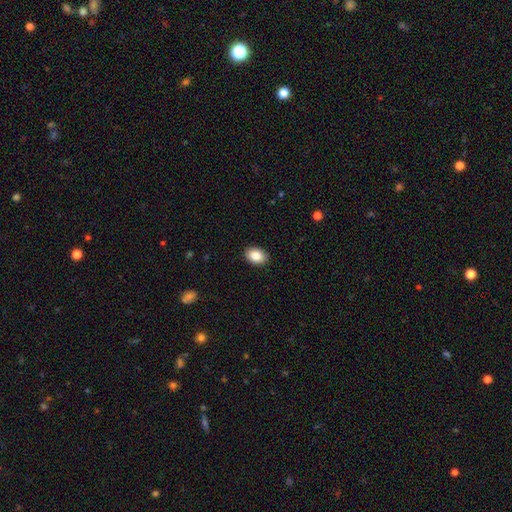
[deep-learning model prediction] Morphology: type=smooth (86%); roundness=in between (80%); merging=none (90%).